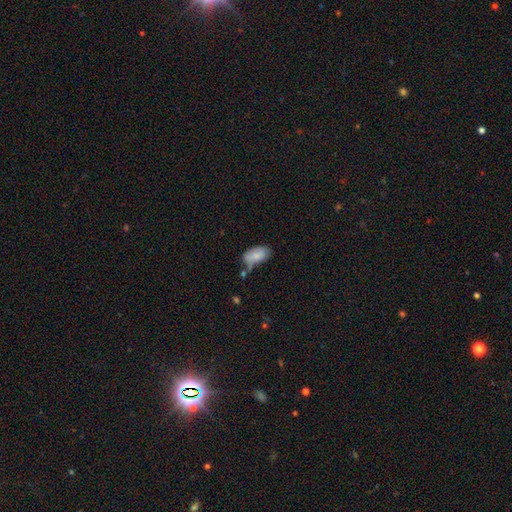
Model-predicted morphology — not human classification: Smooth or featured?
  - smooth: 82% *
  - featured or disk: 11%
  - star or artifact: 7%
How rounded?
  - in between: 94% *
  - round: 4%
  - cigar-shaped: 3%
Merging?
  - none: 53% *
  - minor disturbance: 28%
  - merger: 13%
  - major disturbance: 7%